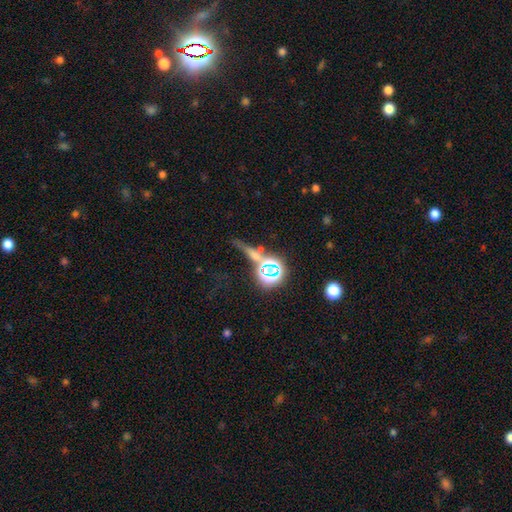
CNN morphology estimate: A star or artifact, not a galaxy (55%).

Vote fractions:
- Smooth or featured? star or artifact: 55% / smooth: 24% / featured or disk: 20%